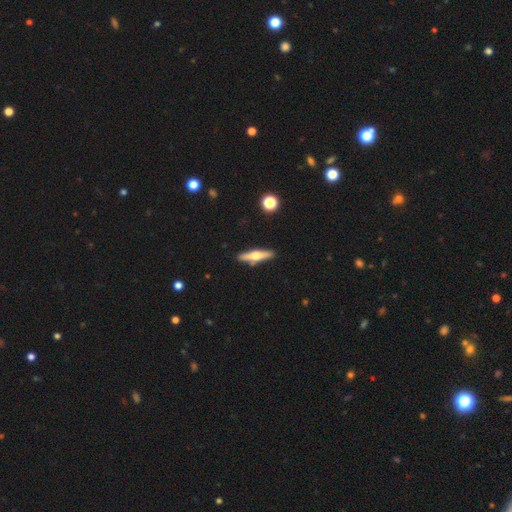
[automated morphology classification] smooth-or-featured: featured or disk: 57% | smooth: 37% | star or artifact: 6%
  disk-edge-on: yes: 94% | no: 6%
    edge-on-bulge: rounded: 94% | boxy: 3% | none: 3%
  merging: none: 87% | minor disturbance: 8% | merger: 3% | major disturbance: 2%